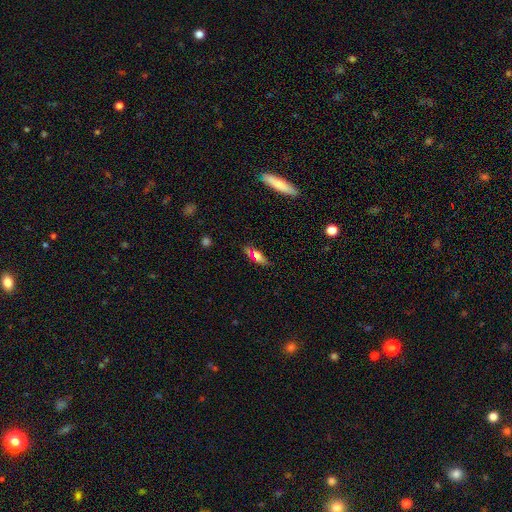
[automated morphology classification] smooth_or_featured: smooth (p=0.63) [alt: featured or disk p=0.25]
how_rounded: in between (p=0.59) [alt: cigar-shaped p=0.37]
merging: none (p=0.71) [alt: minor disturbance p=0.16]